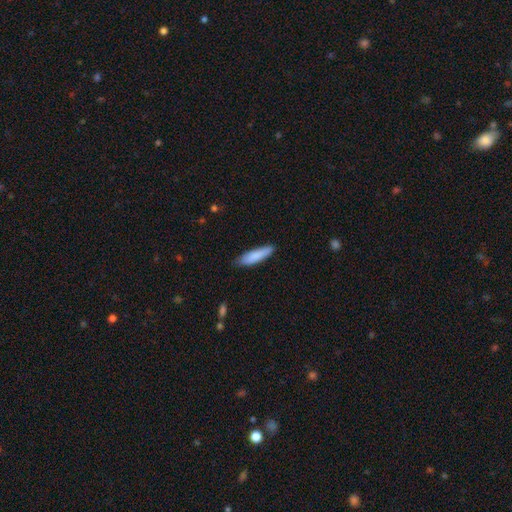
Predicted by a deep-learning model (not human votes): This appears to be a smooth galaxy with no disk features (85%) that is cigar-shaped (74%). Merging: none (80%).